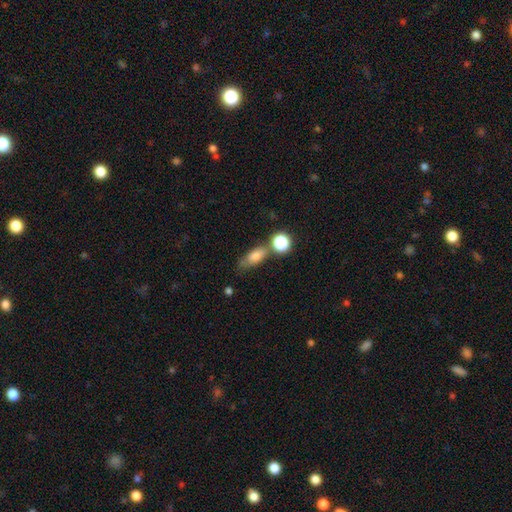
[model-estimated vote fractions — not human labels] Smooth or featured: smooth — 74% (featured or disk — 13%)
How rounded: in between — 67% (cigar-shaped — 19%)
Merging: none — 51% (minor disturbance — 20%)